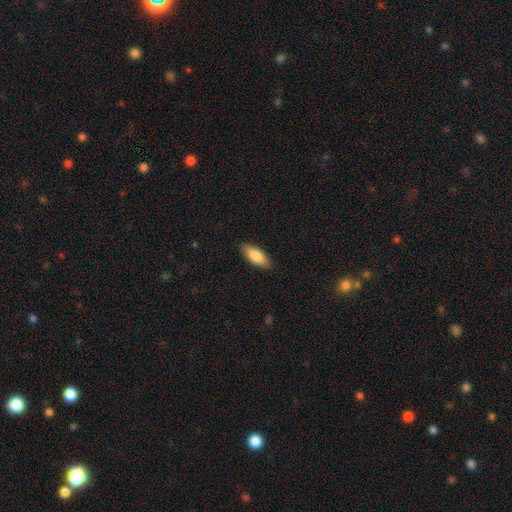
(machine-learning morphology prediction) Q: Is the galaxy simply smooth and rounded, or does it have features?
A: smooth — 85%.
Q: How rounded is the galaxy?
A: in between — 80%.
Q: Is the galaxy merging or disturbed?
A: none — 88%.